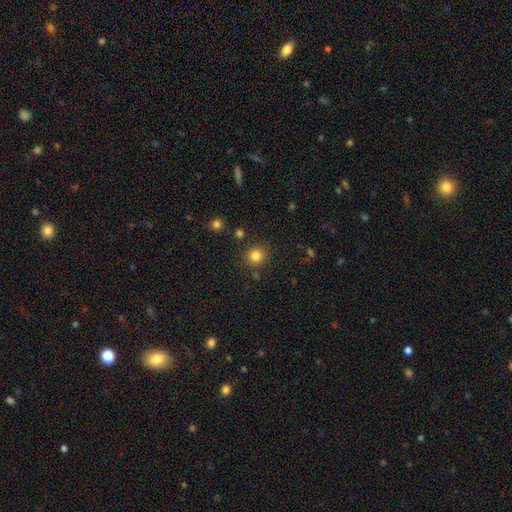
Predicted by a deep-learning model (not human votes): A smooth galaxy with no disk features (82%) that is round (91%). Merging: none (85%).